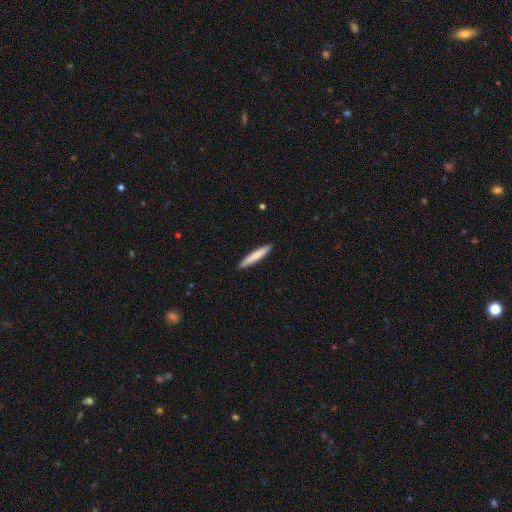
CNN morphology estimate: This is likely a smooth galaxy (77%). How rounded: clearly cigar-shaped (94%). Merging: clearly none (91%).